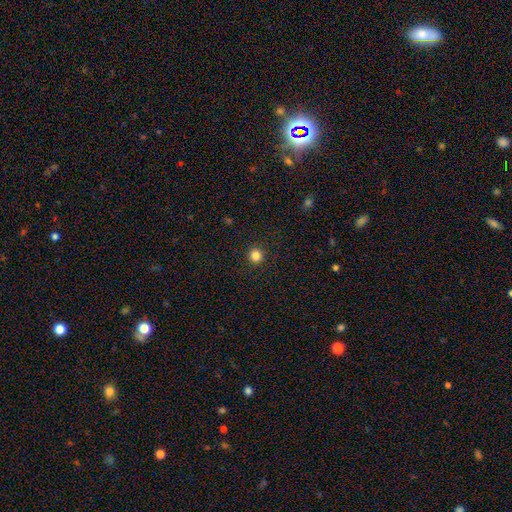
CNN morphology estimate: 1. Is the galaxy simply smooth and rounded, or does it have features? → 84% smooth, 12% star or artifact, 4% featured or disk.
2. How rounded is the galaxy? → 93% round, 6% in between, 1% cigar-shaped.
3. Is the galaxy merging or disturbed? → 92% none, 5% minor disturbance, 2% major disturbance, 1% merger.